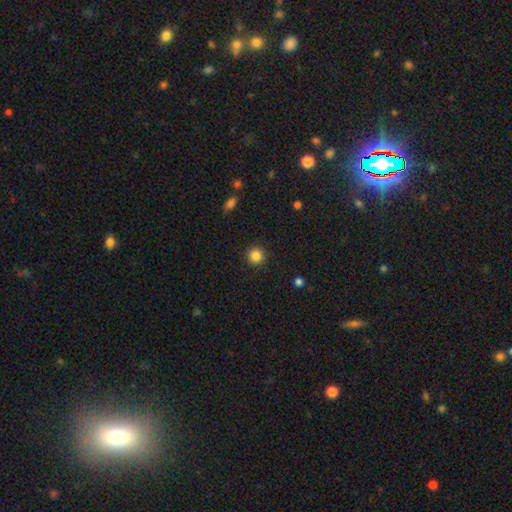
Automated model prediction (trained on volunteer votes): A smooth galaxy with no disk features (85%) that is round (95%).

Vote fractions:
- Smooth or featured? smooth: 85% / star or artifact: 11% / featured or disk: 4%
- How rounded? round: 95% / in between: 4% / cigar-shaped: 1%
- Merging? none: 92% / minor disturbance: 5% / major disturbance: 2% / merger: 1%